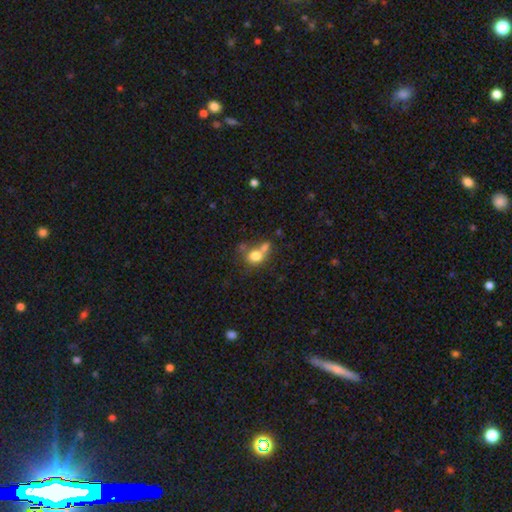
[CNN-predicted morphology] This is likely a smooth galaxy (74%). How rounded: likely round (64%). Merging: possibly merger (48%).